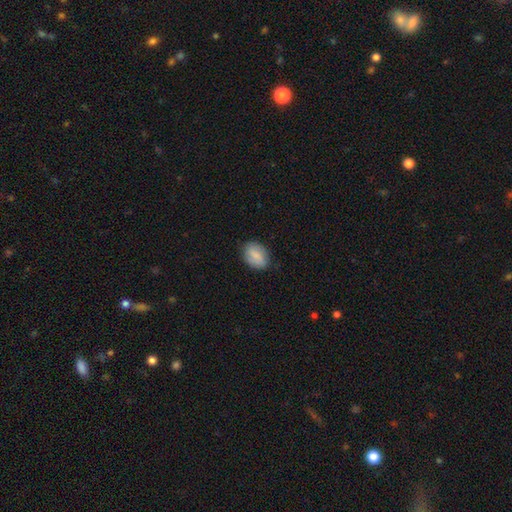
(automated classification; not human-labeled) Q: Smooth or featured?
A: smooth (80%); runner-up: featured or disk (13%)
Q: How rounded?
A: in between (76%); runner-up: round (22%)
Q: Merging?
A: none (84%); runner-up: minor disturbance (12%)